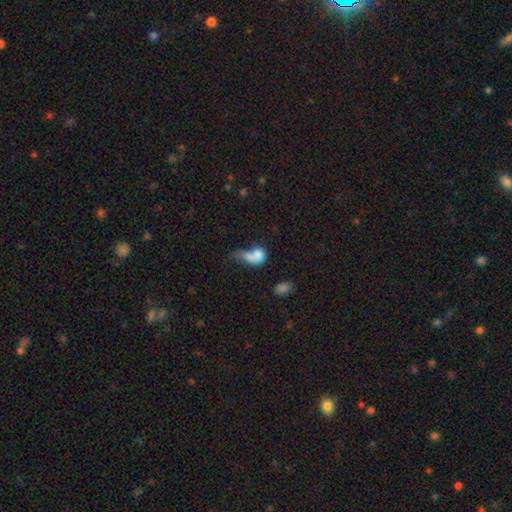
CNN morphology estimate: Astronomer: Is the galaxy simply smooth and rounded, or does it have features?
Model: smooth — 67%.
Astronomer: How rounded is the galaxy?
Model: in between — 62%.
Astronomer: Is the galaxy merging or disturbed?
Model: merger — 43% (runner-up: major disturbance, 26%).